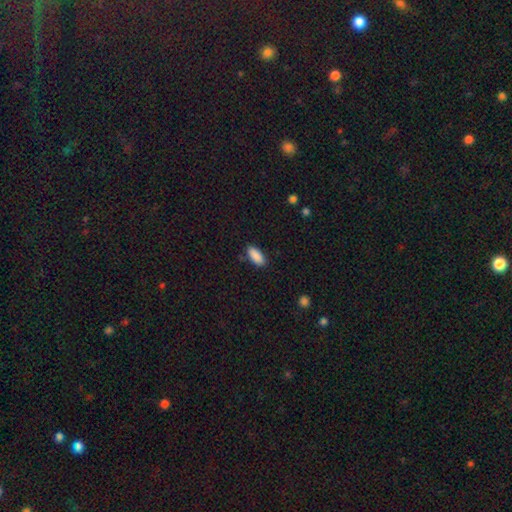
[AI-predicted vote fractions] smooth_or_featured: smooth (p=0.90) [alt: star or artifact p=0.07]
how_rounded: in between (p=0.87) [alt: cigar-shaped p=0.11]
merging: none (p=0.85) [alt: minor disturbance p=0.11]